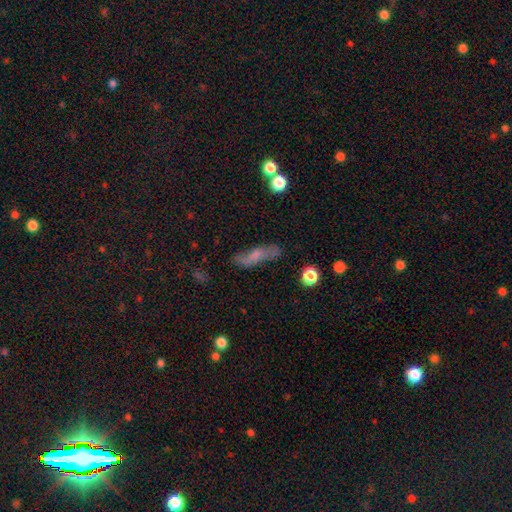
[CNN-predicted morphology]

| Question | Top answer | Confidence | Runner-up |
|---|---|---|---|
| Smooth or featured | smooth | 56% | featured or disk (34%) |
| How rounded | cigar-shaped | 61% | in between (35%) |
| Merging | none | 67% | minor disturbance (21%) |